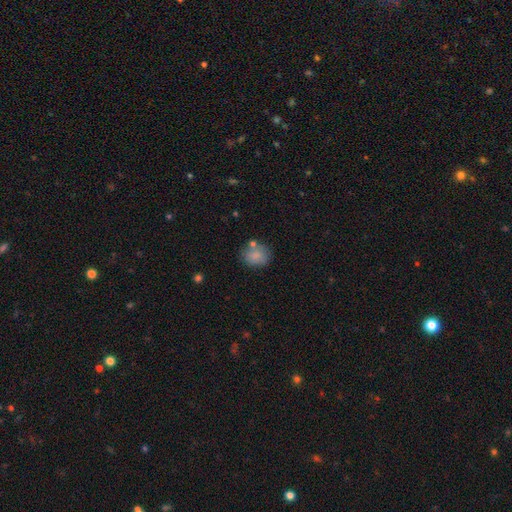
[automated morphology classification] The model was most divided on "how rounded": round: 64%, in between: 35%, cigar-shaped: 1%. More confident: smooth or featured — smooth (83%); merging — none (69%).